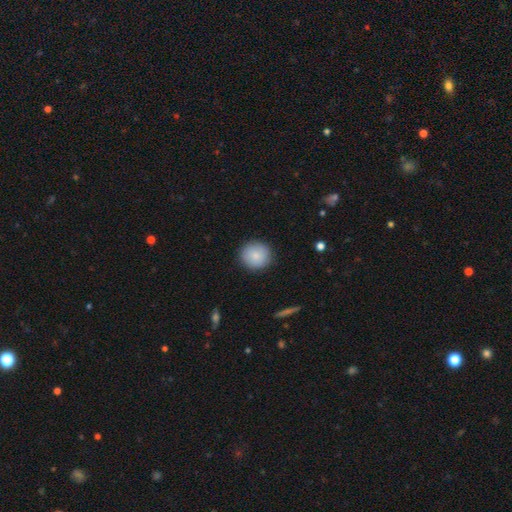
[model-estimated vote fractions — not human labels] A smooth galaxy with no disk features (86%) that is round (92%).

Vote fractions:
- Smooth or featured? smooth: 86% / star or artifact: 7% / featured or disk: 7%
- How rounded? round: 92% / in between: 7% / cigar-shaped: 1%
- Merging? none: 89% / minor disturbance: 7% / major disturbance: 2% / merger: 1%